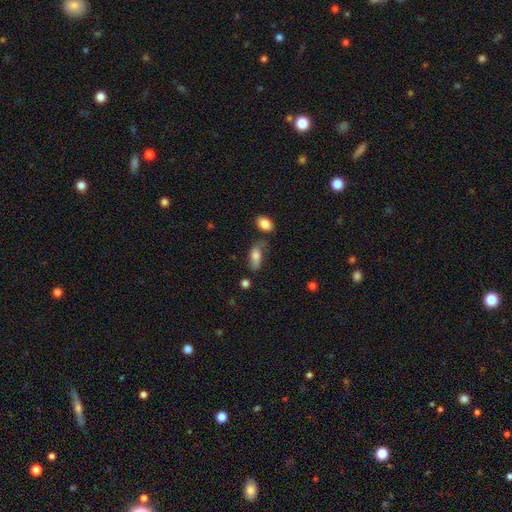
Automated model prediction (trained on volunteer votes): Overall: smooth (74%). How rounded: in between (83%). Merging: none (46%; minor disturbance 30%).